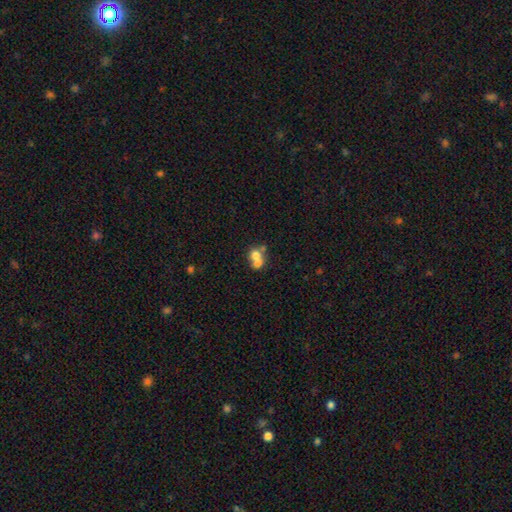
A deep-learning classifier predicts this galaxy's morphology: A smooth galaxy with no disk features (66%) that is round (64%).

Vote fractions:
- Smooth or featured? smooth: 66% / featured or disk: 23% / star or artifact: 11%
- How rounded? round: 64% / in between: 35% / cigar-shaped: 1%
- Merging? merger: 64% / none: 24% / minor disturbance: 7% / major disturbance: 4%